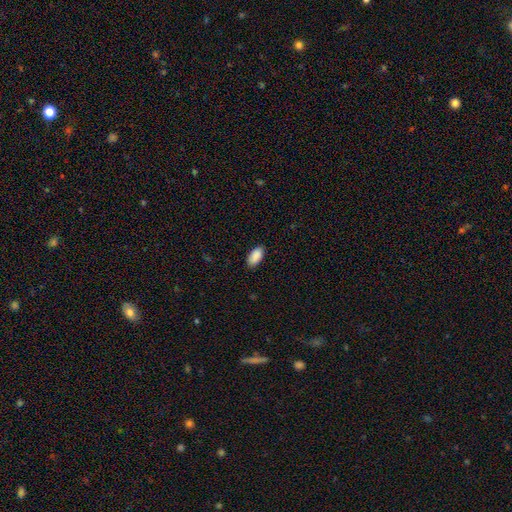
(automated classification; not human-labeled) Smooth or featured? smooth (90%)
How rounded? in between (94%)
Merging? none (87%)